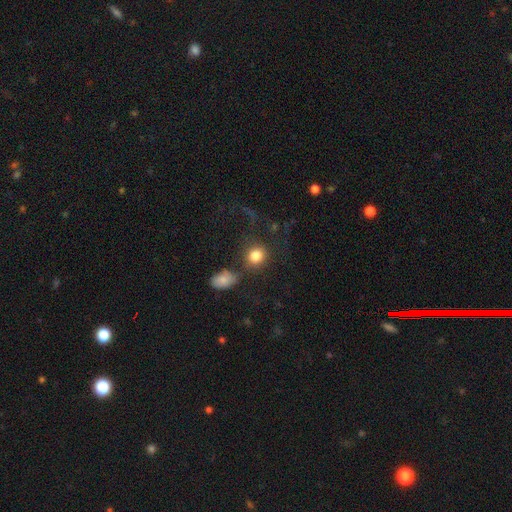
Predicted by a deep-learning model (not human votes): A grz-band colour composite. It shows a smooth galaxy with no disk features (83%) that is round (76%). Merging: none (61%).